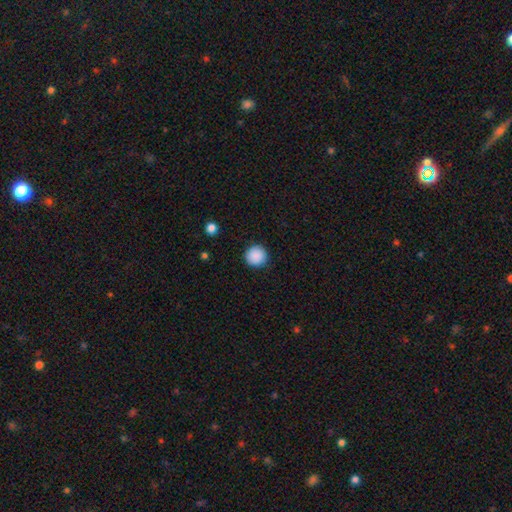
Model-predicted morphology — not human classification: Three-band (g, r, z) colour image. It shows a smooth galaxy with no disk features (90%) that is round (96%). Merging: none (92%).